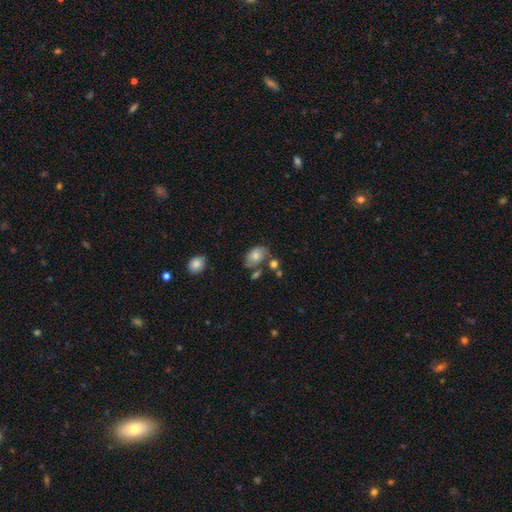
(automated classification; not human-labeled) A smooth galaxy with no disk features (67%) that is in between round and cigar-shaped (85%). Merging: none (46%).